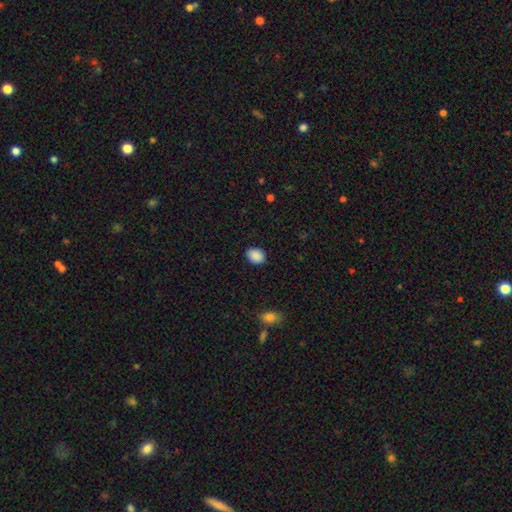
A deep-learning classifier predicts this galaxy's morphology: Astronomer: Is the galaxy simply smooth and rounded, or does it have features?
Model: smooth — 89%.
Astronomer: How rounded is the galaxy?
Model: in between — 56% (runner-up: round, 43%).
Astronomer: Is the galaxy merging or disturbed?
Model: none — 88%.